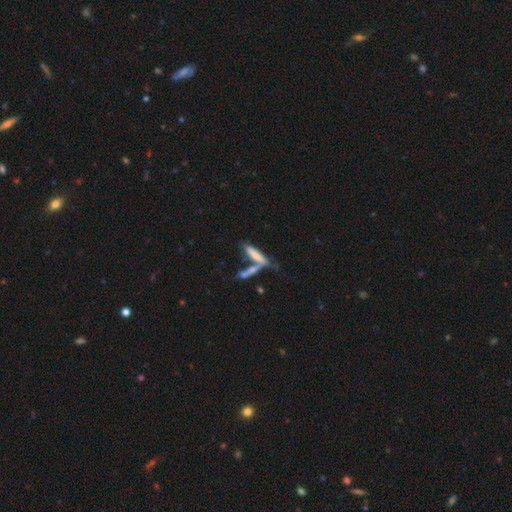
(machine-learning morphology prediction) Smooth or featured?
  - smooth: 65% *
  - featured or disk: 26%
  - star or artifact: 9%
How rounded?
  - cigar-shaped: 79% *
  - in between: 19%
  - round: 2%
Merging?
  - merger: 43% *
  - none: 38%
  - minor disturbance: 12%
  - major disturbance: 7%